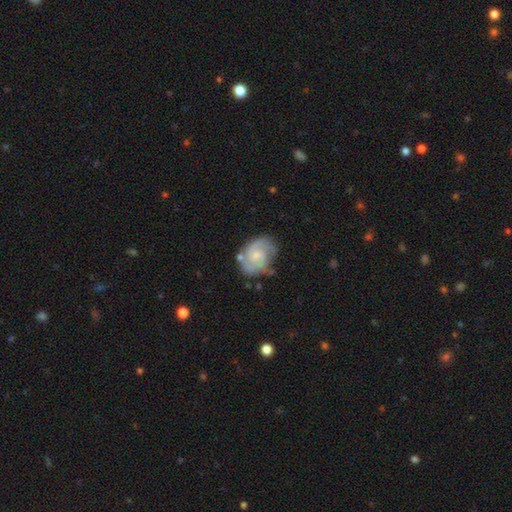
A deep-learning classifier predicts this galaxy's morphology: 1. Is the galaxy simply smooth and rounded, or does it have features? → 82% featured or disk, 13% smooth, 5% star or artifact.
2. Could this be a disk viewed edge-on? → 98% no, 2% yes.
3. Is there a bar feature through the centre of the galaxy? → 60% no, 36% weak, 5% strong.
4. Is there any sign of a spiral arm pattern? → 96% yes, 4% no.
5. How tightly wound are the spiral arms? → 47% medium, 42% tight, 11% loose.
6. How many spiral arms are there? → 81% 2, 7% 3, 7% can't tell, 2% 1, 2% 4, 1% more than 4.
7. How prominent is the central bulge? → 59% small, 27% moderate, 10% none, 2% large, 1% dominant.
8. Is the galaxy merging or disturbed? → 70% none, 19% minor disturbance, 6% major disturbance, 5% merger.